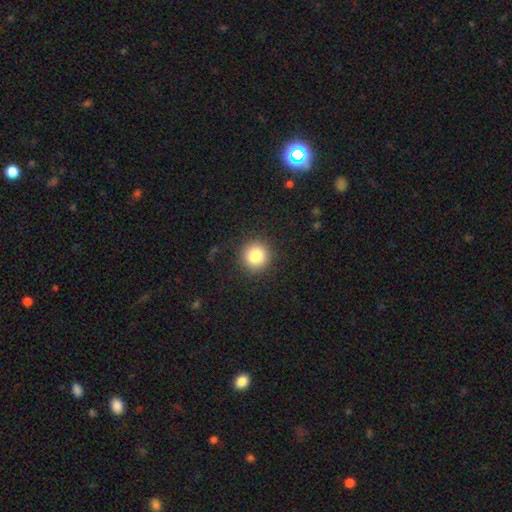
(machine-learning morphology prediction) smooth 83%, star or artifact 10%, featured or disk 7%. Down the decision tree: how rounded — round (95%); merging — none (91%).